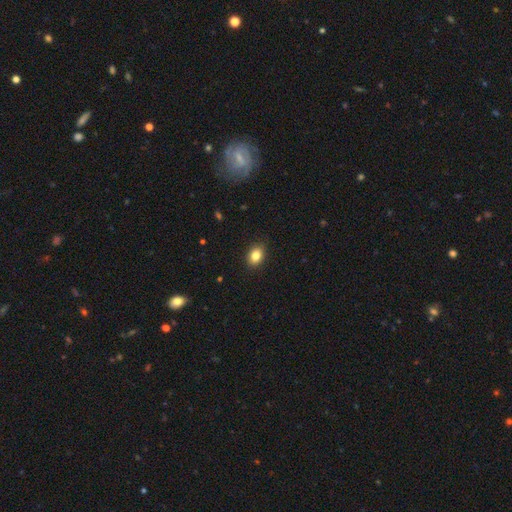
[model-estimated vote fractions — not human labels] smooth 84%, star or artifact 10%, featured or disk 7%. Down the decision tree: how rounded — in between (71%); merging — none (89%).